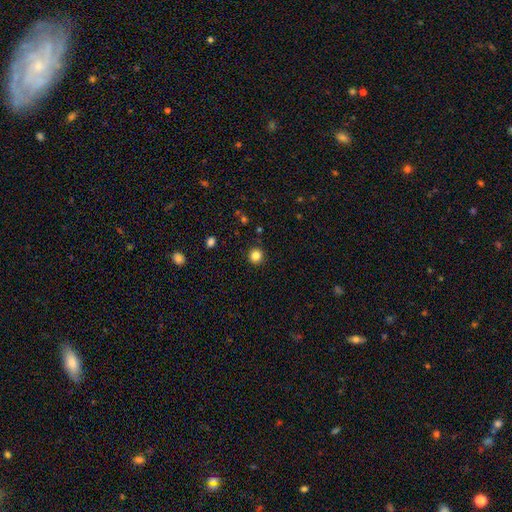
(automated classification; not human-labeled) smooth-or-featured: smooth: 84% | star or artifact: 12% | featured or disk: 4%
  how-rounded: round: 94% | in between: 6% | cigar-shaped: 1%
  merging: none: 92% | minor disturbance: 5% | major disturbance: 2% | merger: 1%